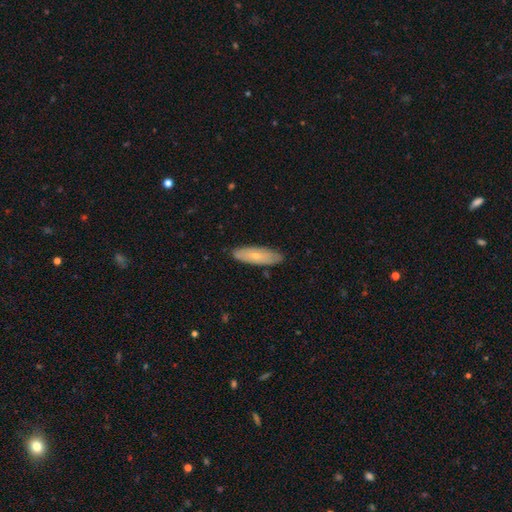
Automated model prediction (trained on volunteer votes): This appears to be a smooth galaxy with no disk features (60%) that is in between round and cigar-shaped (51%). Merging: none (85%).